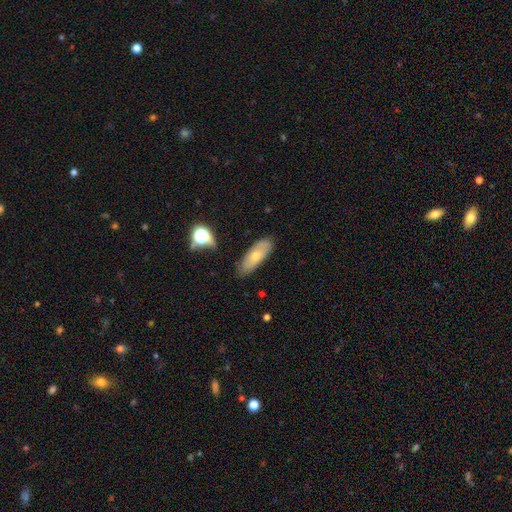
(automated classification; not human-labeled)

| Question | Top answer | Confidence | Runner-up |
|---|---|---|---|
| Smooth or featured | smooth | 58% | featured or disk (34%) |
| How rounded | in between | 72% | cigar-shaped (25%) |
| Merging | none | 75% | minor disturbance (19%) |